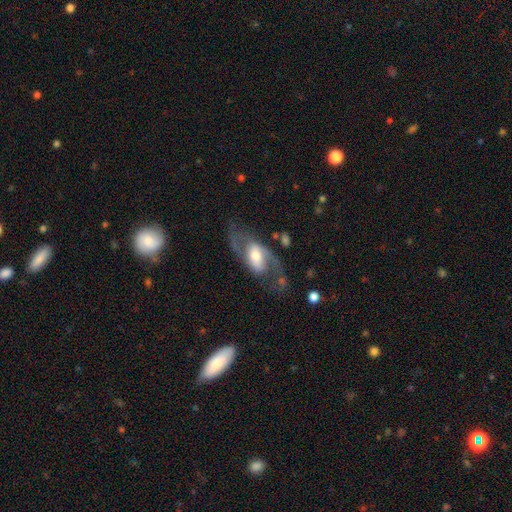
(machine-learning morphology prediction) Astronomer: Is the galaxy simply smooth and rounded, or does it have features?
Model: featured or disk — 78%.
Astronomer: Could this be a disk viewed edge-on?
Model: no — 93%.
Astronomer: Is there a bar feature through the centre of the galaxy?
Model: weak — 40% (runner-up: no, 36%).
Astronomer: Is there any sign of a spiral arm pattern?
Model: yes — 89%.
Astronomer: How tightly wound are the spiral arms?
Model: medium — 44%, tied with loose at 44%.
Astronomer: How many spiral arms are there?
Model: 2 — 88%.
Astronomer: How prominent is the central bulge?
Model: moderate — 57%.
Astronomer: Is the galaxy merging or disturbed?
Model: none — 60%.